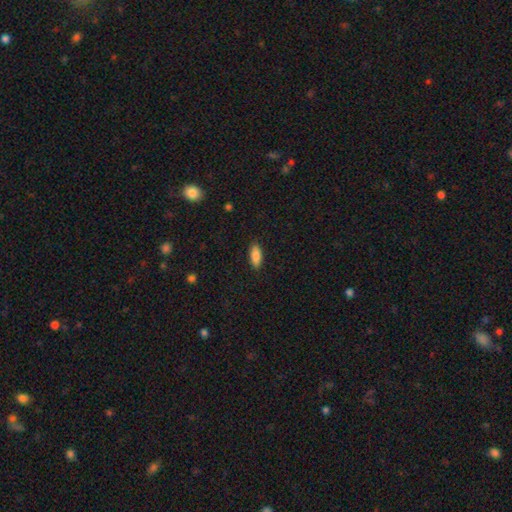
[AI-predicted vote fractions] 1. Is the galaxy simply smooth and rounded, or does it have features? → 88% smooth, 7% star or artifact, 5% featured or disk.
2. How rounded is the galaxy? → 82% in between, 16% cigar-shaped, 2% round.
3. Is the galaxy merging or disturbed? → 88% none, 9% minor disturbance, 2% major disturbance, 1% merger.